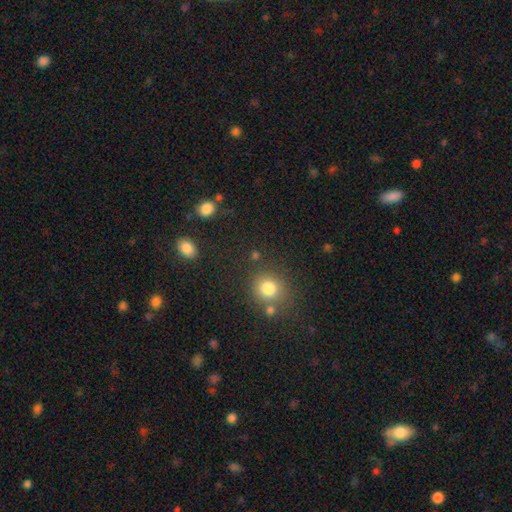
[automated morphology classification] A smooth galaxy with no disk features (76%) that is round (83%). Merging: none (76%).